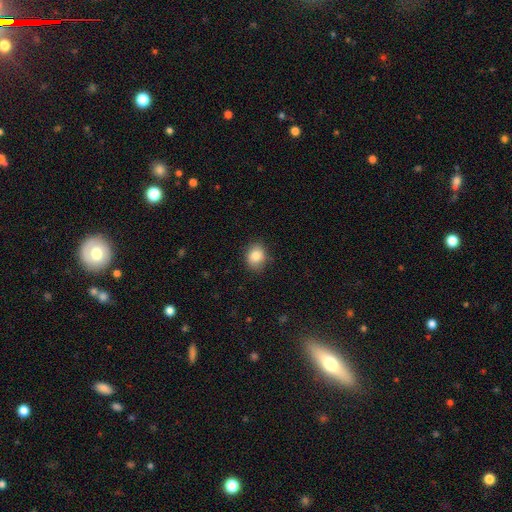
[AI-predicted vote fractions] Overall: smooth (84%). How rounded: round (60%; in between 39%). Merging: none (83%).